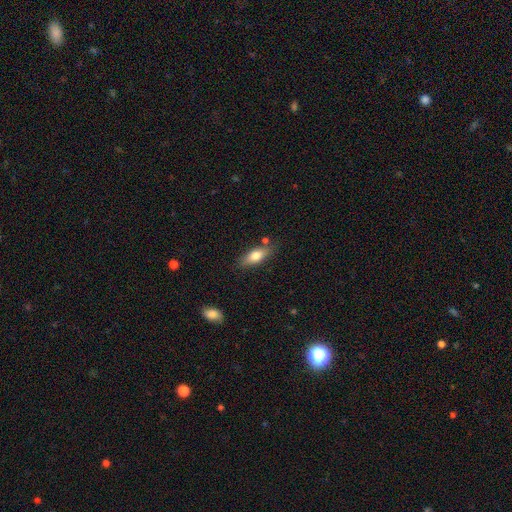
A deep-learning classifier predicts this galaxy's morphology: The model was most divided on "how rounded": in between: 72%, cigar-shaped: 24%, round: 3%. More confident: merging — none (76%); smooth or featured — smooth (73%).